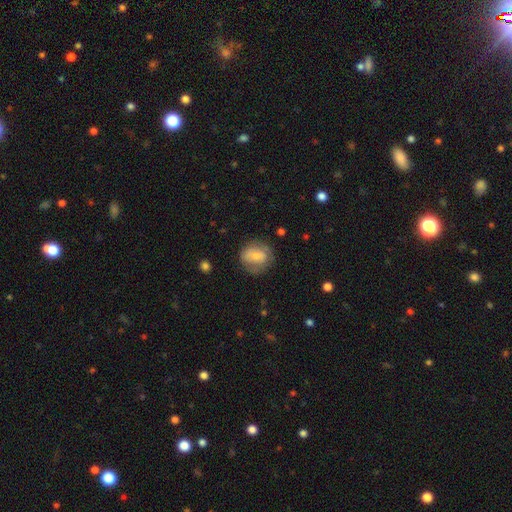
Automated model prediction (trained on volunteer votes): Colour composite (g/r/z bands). It shows a smooth galaxy with no disk features (61%) that is round (66%). Merging: none (66%).